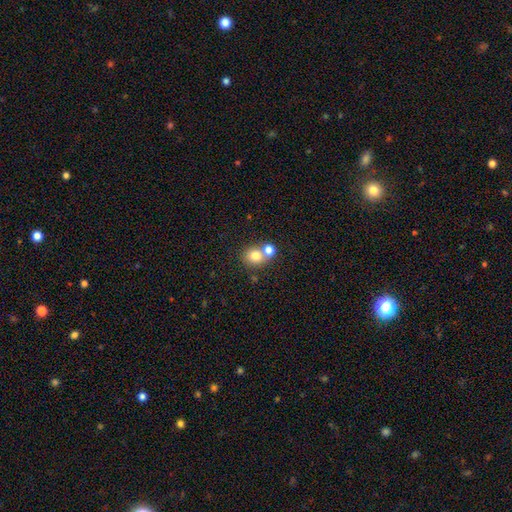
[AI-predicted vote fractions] This is likely a smooth galaxy (78%). How rounded: likely round (77%). Merging: possibly merger (48%).